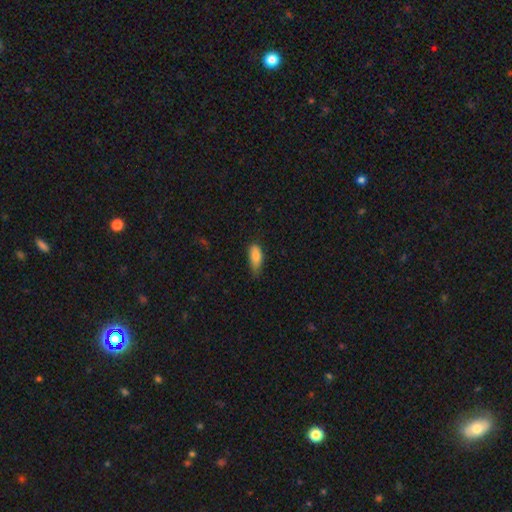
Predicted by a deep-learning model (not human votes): This is clearly a smooth galaxy (84%). How rounded: clearly in between (81%). Merging: possibly none (48%).